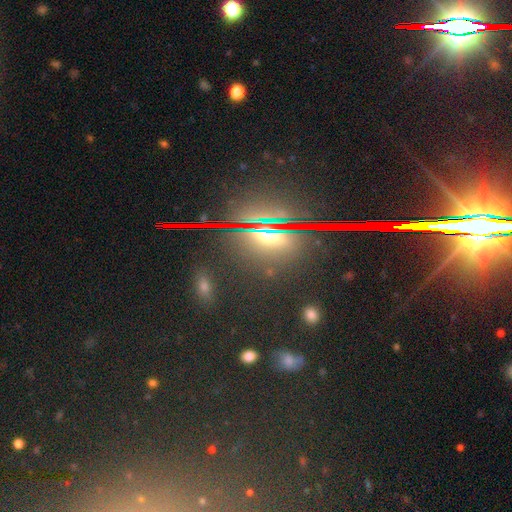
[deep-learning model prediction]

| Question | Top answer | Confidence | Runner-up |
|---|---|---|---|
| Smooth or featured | star or artifact | 72% | smooth (14%) |